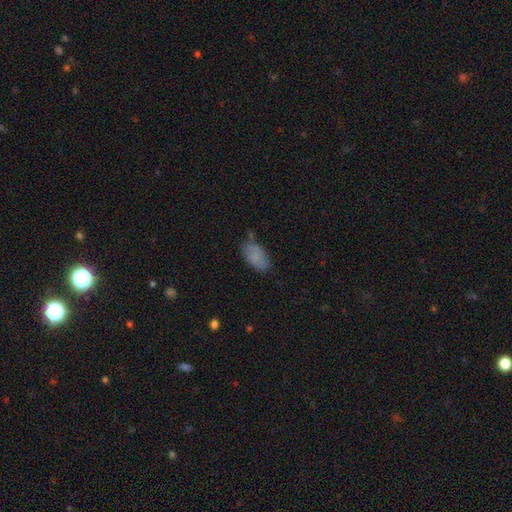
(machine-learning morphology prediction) Smooth or featured: smooth — 78% (featured or disk — 13%)
How rounded: in between — 93% (round — 3%)
Merging: none — 65% (minor disturbance — 23%)